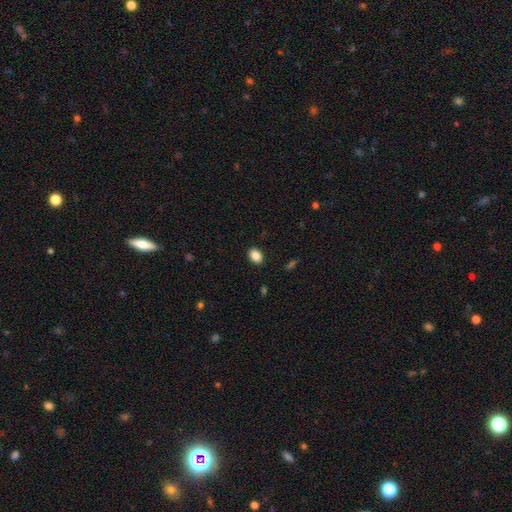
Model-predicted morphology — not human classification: Overall: smooth (88%). How rounded: in between (77%). Merging: none (89%).